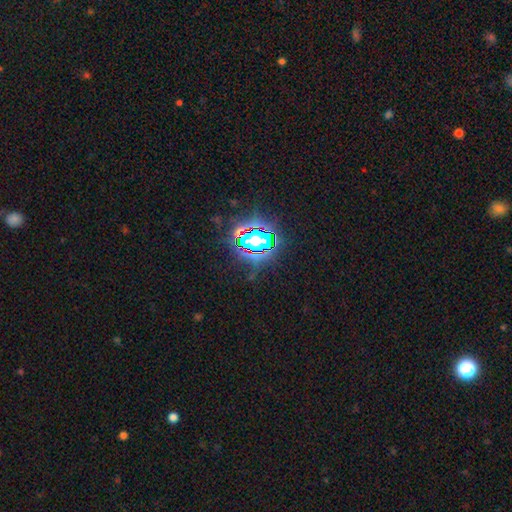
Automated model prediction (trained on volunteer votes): Overall: star or artifact (81%).